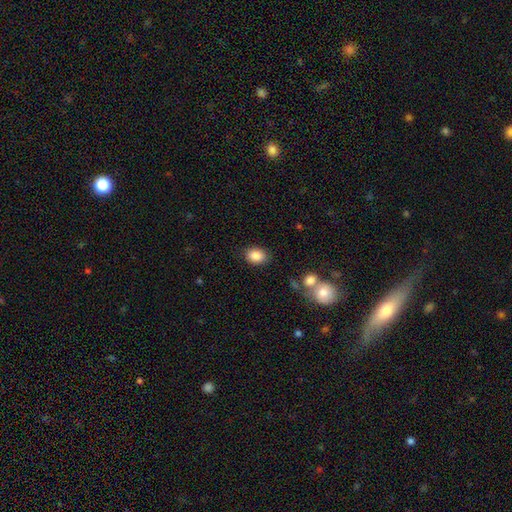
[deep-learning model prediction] This appears to be a smooth galaxy with no disk features (86%) that is in between round and cigar-shaped (71%). Merging: none (84%).